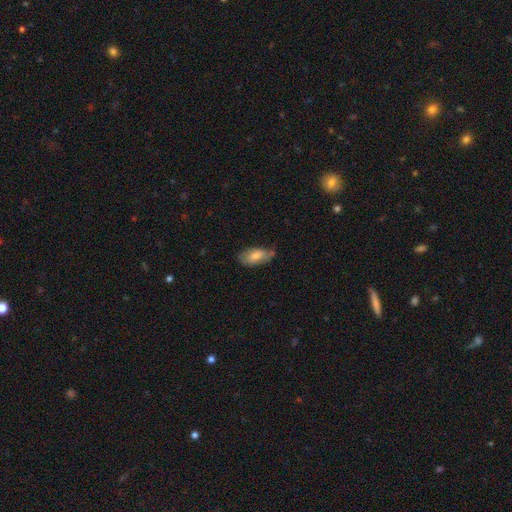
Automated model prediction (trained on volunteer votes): A smooth galaxy with no disk features (72%) that is in between round and cigar-shaped (90%).

Vote fractions:
- Smooth or featured? smooth: 72% / featured or disk: 22% / star or artifact: 7%
- How rounded? in between: 90% / cigar-shaped: 7% / round: 3%
- Merging? none: 60% / minor disturbance: 30% / major disturbance: 6% / merger: 4%